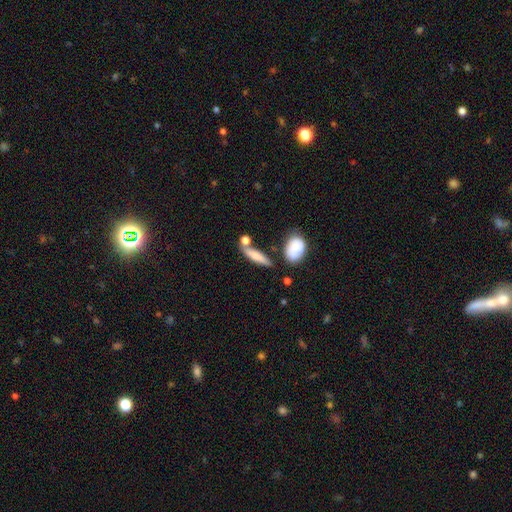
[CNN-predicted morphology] smooth-or-featured: smooth: 67% | featured or disk: 25% | star or artifact: 8%
  how-rounded: cigar-shaped: 68% | in between: 28% | round: 4%
  merging: none: 63% | merger: 16% | minor disturbance: 16% | major disturbance: 5%